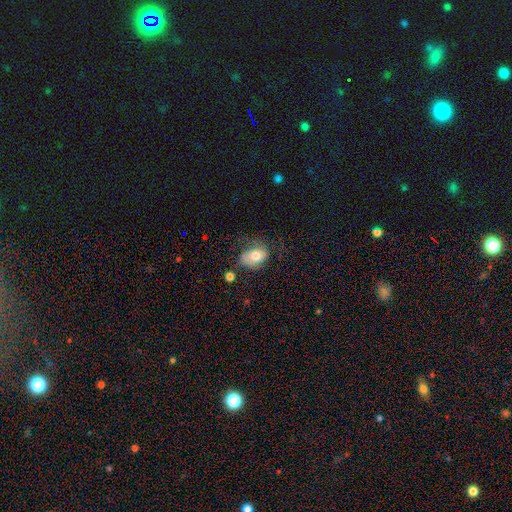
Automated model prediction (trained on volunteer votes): smooth-or-featured: smooth: 66% | featured or disk: 26% | star or artifact: 8%
  how-rounded: in between: 71% | round: 28% | cigar-shaped: 1%
  merging: none: 40% | minor disturbance: 31% | major disturbance: 24% | merger: 4%